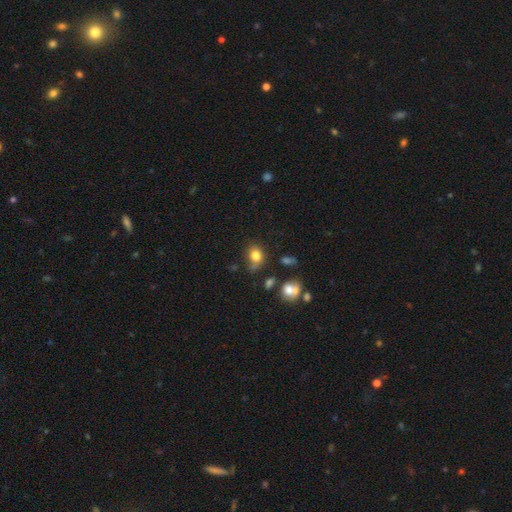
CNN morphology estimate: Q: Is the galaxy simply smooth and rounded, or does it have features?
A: smooth — 81%.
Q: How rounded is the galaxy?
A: round — 51%.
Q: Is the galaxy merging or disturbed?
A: none — 59%.